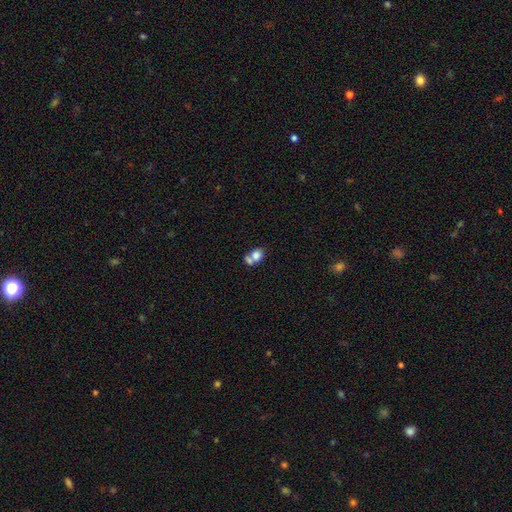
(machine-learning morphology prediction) A smooth galaxy with no disk features (77%) that is round (50%).

Vote fractions:
- Smooth or featured? smooth: 77% / featured or disk: 14% / star or artifact: 9%
- How rounded? round: 50% / in between: 49% / cigar-shaped: 1%
- Merging? merger: 57% / none: 31% / minor disturbance: 8% / major disturbance: 5%